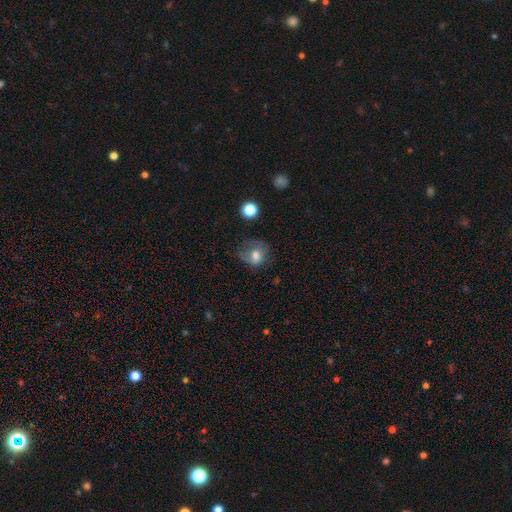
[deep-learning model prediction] Smooth or featured?
  - smooth: 65% *
  - featured or disk: 24%
  - star or artifact: 10%
How rounded?
  - round: 64% *
  - in between: 35%
  - cigar-shaped: 1%
Merging?
  - none: 46% *
  - minor disturbance: 28%
  - major disturbance: 24%
  - merger: 2%